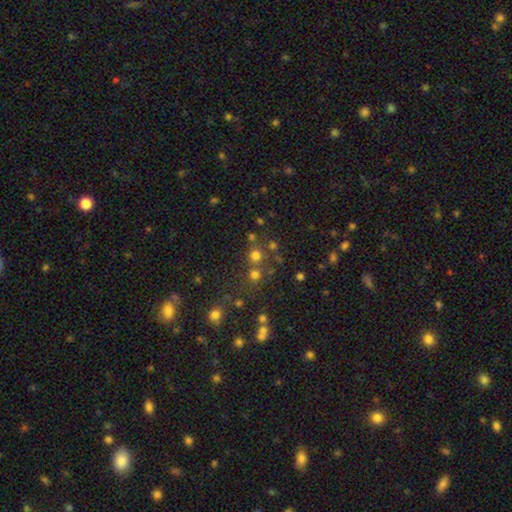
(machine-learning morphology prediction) A smooth galaxy with no disk features (68%) that is round (91%).

Vote fractions:
- Smooth or featured? smooth: 68% / star or artifact: 24% / featured or disk: 8%
- How rounded? round: 91% / in between: 8% / cigar-shaped: 1%
- Merging? none: 66% / merger: 23% / minor disturbance: 7% / major disturbance: 4%